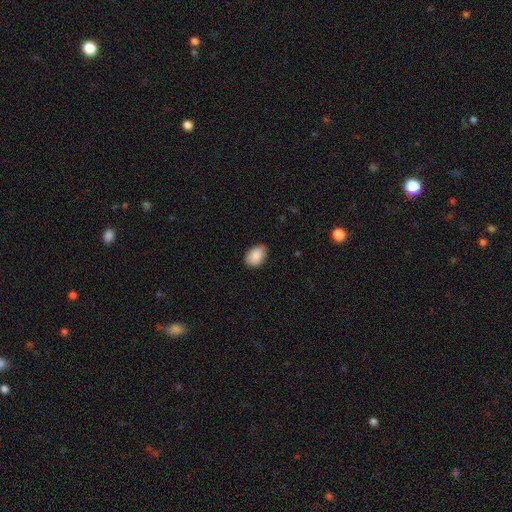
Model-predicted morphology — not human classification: This appears to be a smooth galaxy with no disk features (89%) that is in between round and cigar-shaped (85%). Merging: none (82%).